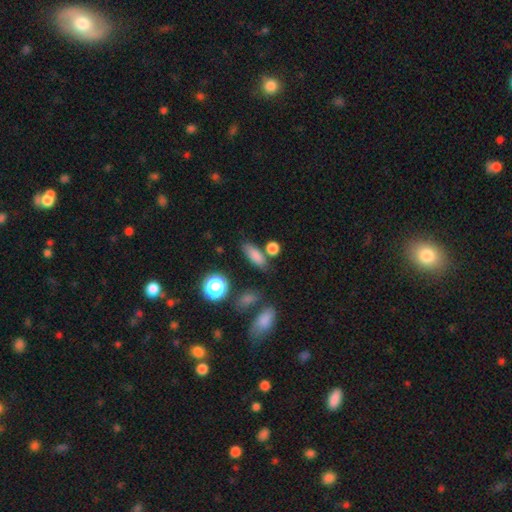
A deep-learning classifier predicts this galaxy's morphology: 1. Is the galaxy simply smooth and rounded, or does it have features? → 81% smooth, 12% star or artifact, 8% featured or disk.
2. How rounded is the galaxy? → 63% in between, 28% cigar-shaped, 9% round.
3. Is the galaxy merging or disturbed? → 69% none, 14% minor disturbance, 12% merger, 5% major disturbance.